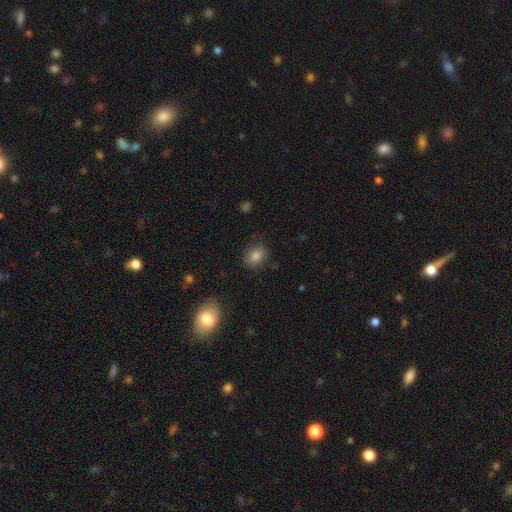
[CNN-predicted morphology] The model was most divided on "how rounded": in between: 59%, round: 40%, cigar-shaped: 1%. More confident: smooth or featured — smooth (82%); merging — none (80%).